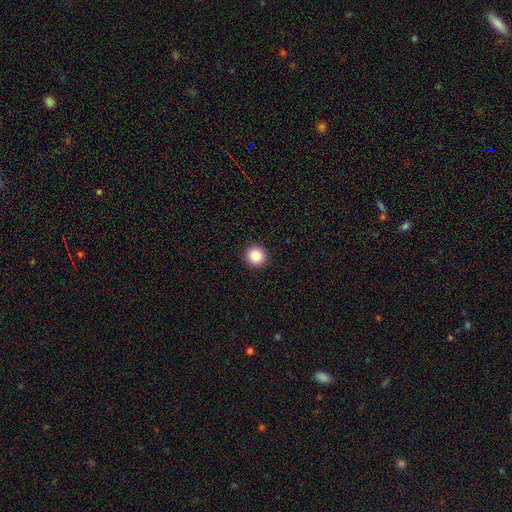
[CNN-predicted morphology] A smooth galaxy with no disk features (86%) that is round (92%). Merging: none (93%).